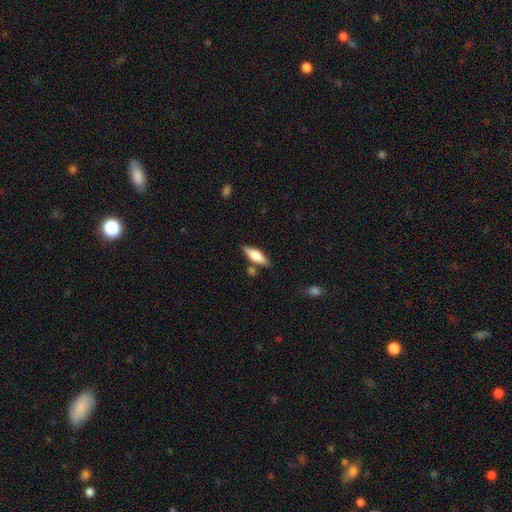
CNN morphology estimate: Smooth or featured?
  - smooth: 56% *
  - featured or disk: 38%
  - star or artifact: 7%
How rounded?
  - cigar-shaped: 49% *
  - in between: 48%
  - round: 3%
Merging?
  - none: 77% *
  - minor disturbance: 12%
  - merger: 7%
  - major disturbance: 3%